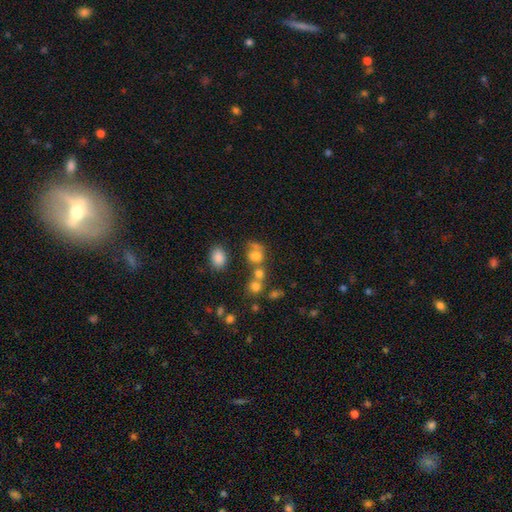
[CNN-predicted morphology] Q: Smooth or featured?
A: smooth (64%); runner-up: star or artifact (19%)
Q: How rounded?
A: round (57%); runner-up: in between (41%)
Q: Merging?
A: merger (41%); runner-up: none (34%)